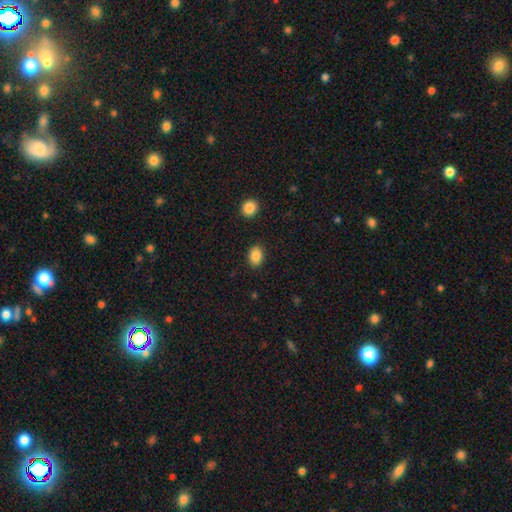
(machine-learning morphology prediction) A smooth galaxy with no disk features (87%) that is in between round and cigar-shaped (74%). Merging: none (87%).